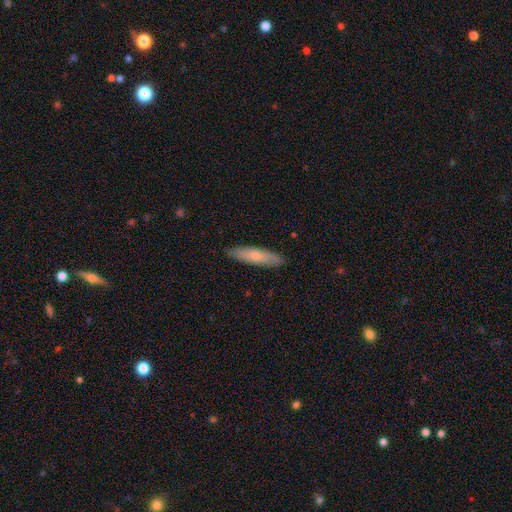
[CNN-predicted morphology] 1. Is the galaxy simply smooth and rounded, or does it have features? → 68% smooth, 27% featured or disk, 5% star or artifact.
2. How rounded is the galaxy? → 80% cigar-shaped, 19% in between, 1% round.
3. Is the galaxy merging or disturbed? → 88% none, 10% minor disturbance, 2% major disturbance, 1% merger.